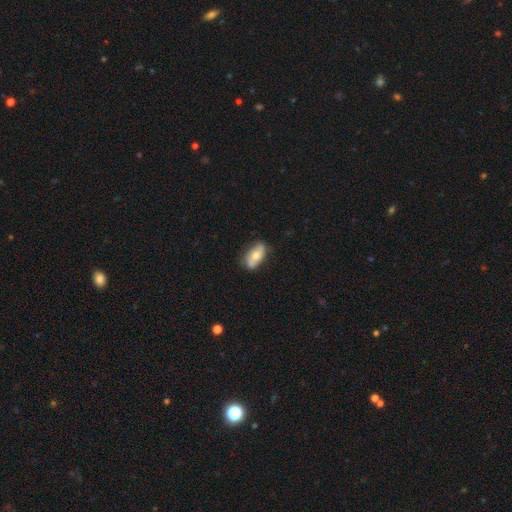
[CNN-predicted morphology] smooth 55%, featured or disk 38%, star or artifact 6%. Down the decision tree: how rounded — in between (90%); merging — none (74%).